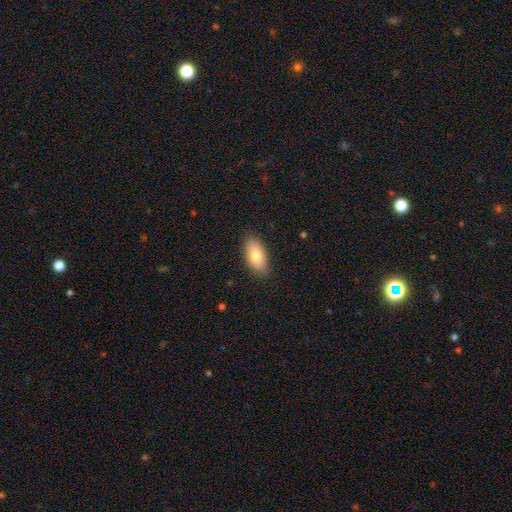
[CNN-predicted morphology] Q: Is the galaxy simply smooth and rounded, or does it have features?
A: smooth — 77%.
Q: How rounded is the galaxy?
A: in between — 90%.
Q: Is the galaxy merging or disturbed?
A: none — 86%.